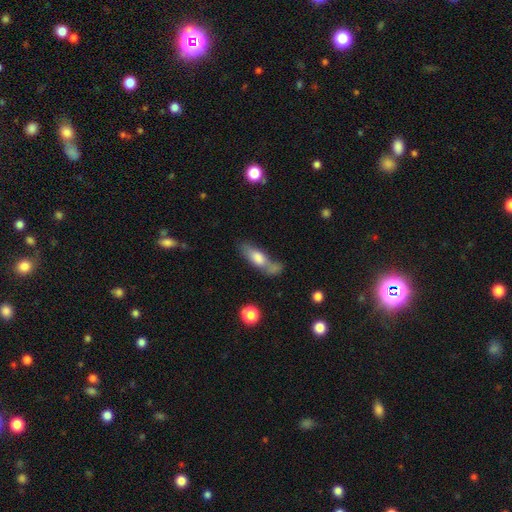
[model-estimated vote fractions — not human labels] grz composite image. It shows a smooth galaxy with no disk features (64%) that is in between round and cigar-shaped (60%). Merging: none (43%).